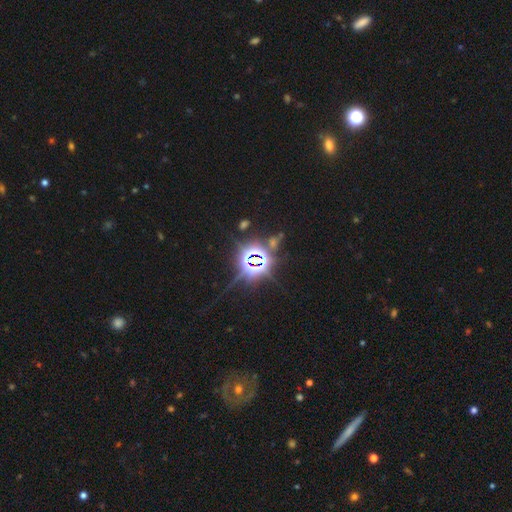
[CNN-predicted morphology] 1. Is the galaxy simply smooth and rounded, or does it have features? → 83% star or artifact, 9% smooth, 8% featured or disk.